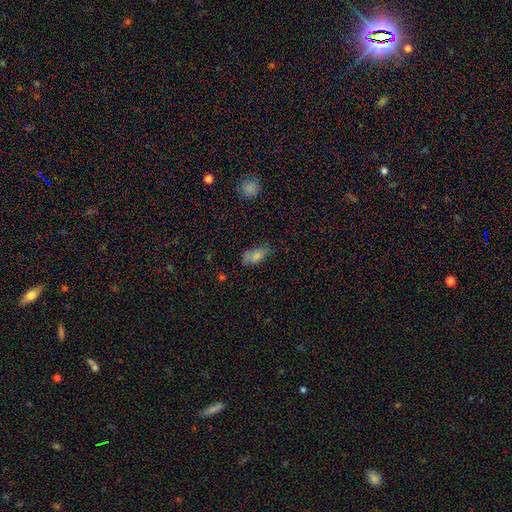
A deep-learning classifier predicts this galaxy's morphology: Overall: smooth (78%). How rounded: in between (85%). Merging: none (55%; minor disturbance 29%).